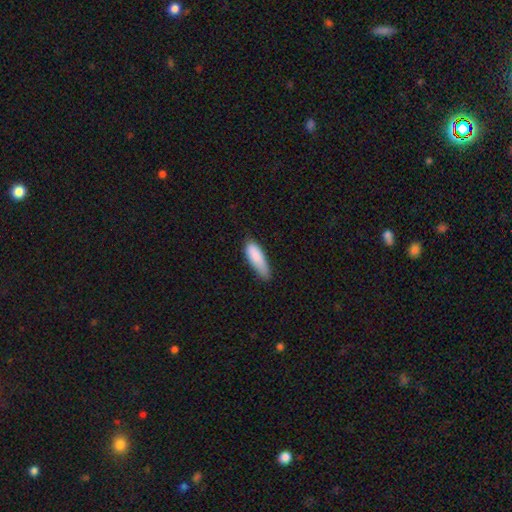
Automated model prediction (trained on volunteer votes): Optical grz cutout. It shows a smooth galaxy with no disk features (86%) that is in between round and cigar-shaped (55%). Merging: none (55%).